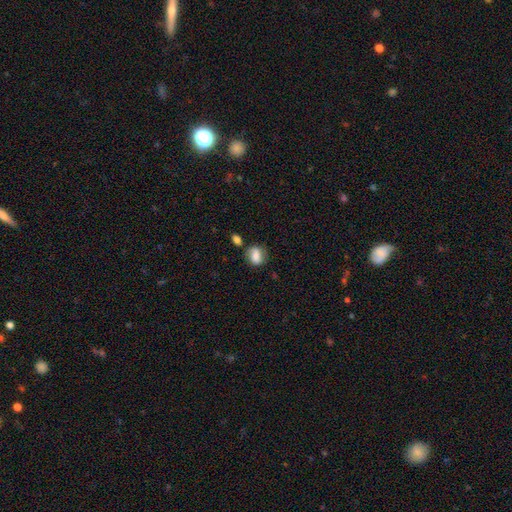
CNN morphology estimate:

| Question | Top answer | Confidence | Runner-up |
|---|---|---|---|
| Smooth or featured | smooth | 72% | featured or disk (19%) |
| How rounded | in between | 60% | round (36%) |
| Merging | none | 57% | minor disturbance (21%) |